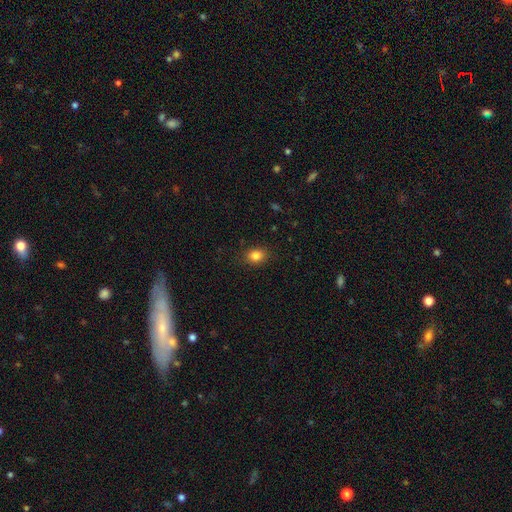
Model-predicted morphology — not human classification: The model was most divided on "how rounded": in between: 55%, round: 43%, cigar-shaped: 1%. More confident: merging — none (86%); smooth or featured — smooth (84%).